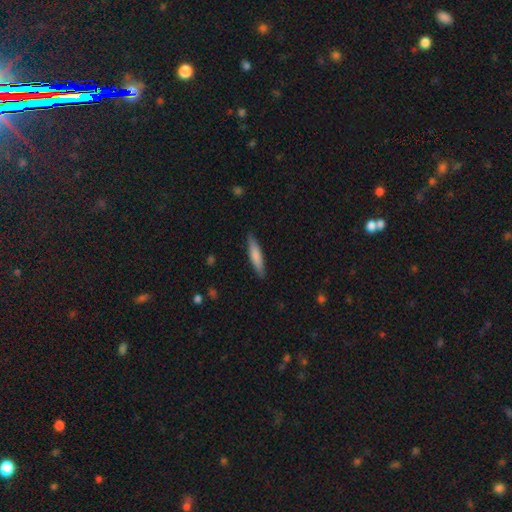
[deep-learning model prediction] Smooth or featured?
  - smooth: 76% *
  - featured or disk: 19%
  - star or artifact: 5%
How rounded?
  - cigar-shaped: 86% *
  - in between: 12%
  - round: 1%
Merging?
  - none: 88% *
  - minor disturbance: 9%
  - major disturbance: 2%
  - merger: 1%